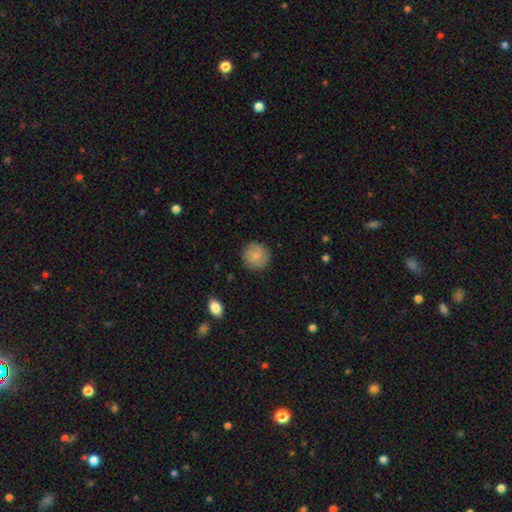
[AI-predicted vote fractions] A smooth galaxy with no disk features (76%) that is round (93%). Merging: none (86%).